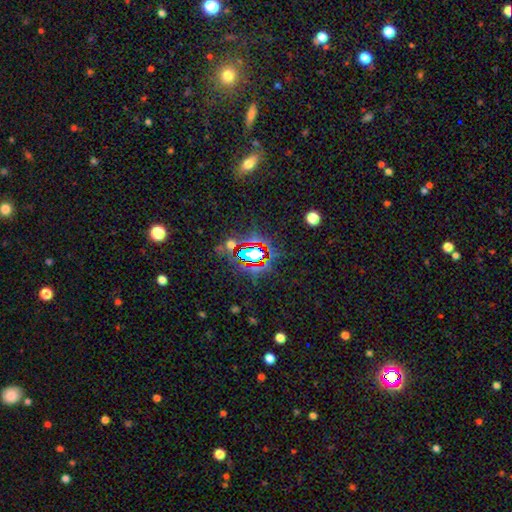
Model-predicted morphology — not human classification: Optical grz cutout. It shows a star or artifact, not a galaxy (73%).